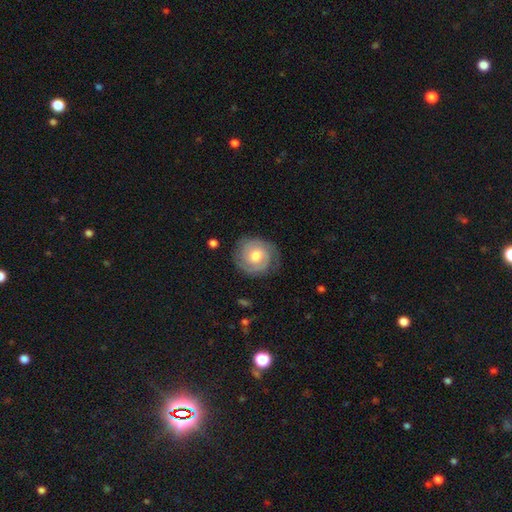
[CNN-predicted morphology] Smooth or featured: featured or disk — 68% (smooth — 26%)
Edge-on disk: no — 97% (yes — 3%)
Bar: no — 70% (weak — 26%)
Spiral arms: yes — 89% (no — 11%)
Spiral winding: tight — 67% (medium — 26%)
Spiral arm count: 2 — 61% (can't tell — 19%)
Bulge size: moderate — 74% (small — 13%)
Merging: none — 77% (minor disturbance — 16%)